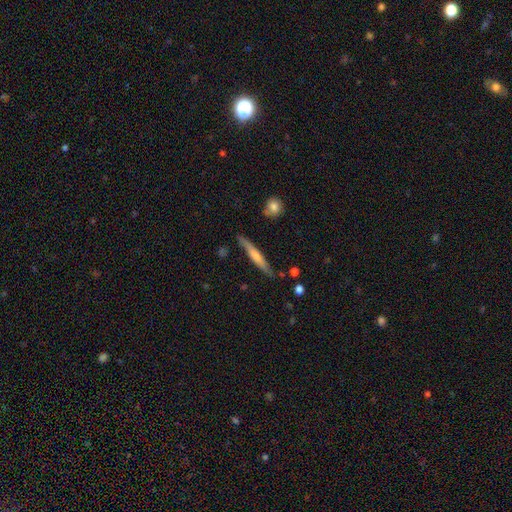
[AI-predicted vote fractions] Q: Smooth or featured?
A: smooth (53%); runner-up: featured or disk (41%)
Q: How rounded?
A: cigar-shaped (93%); runner-up: in between (5%)
Q: Merging?
A: none (81%); runner-up: minor disturbance (14%)